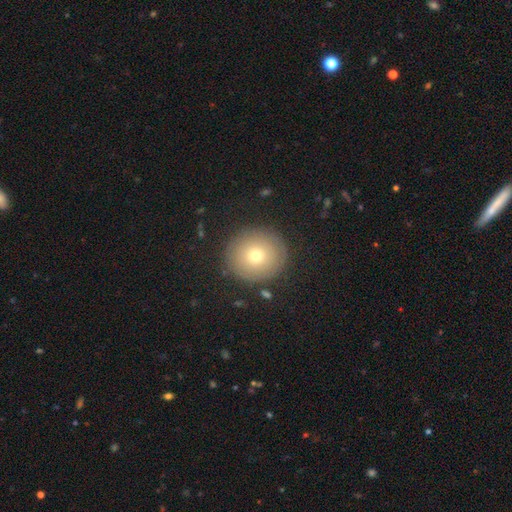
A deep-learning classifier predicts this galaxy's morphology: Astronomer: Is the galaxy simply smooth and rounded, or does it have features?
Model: smooth — 66%.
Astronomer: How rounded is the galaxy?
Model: round — 92%.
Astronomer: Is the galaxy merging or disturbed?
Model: none — 87%.